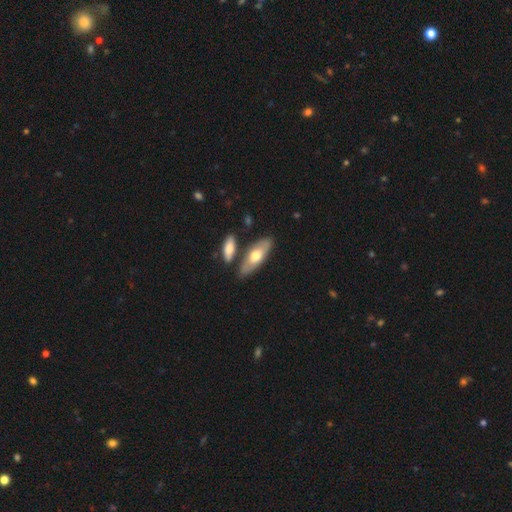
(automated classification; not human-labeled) Smooth or featured? Predicted: smooth (p=0.58). How rounded? Predicted: in between (p=0.67). Merging? Predicted: none (p=0.73).